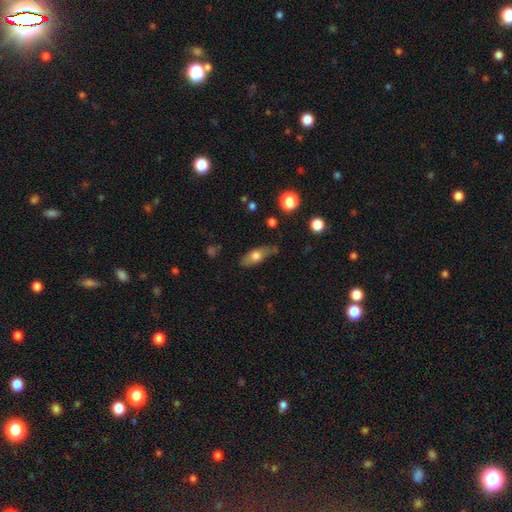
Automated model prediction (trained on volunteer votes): Smooth or featured? Predicted: smooth (p=0.62). How rounded? Predicted: in between (p=0.70). Merging? Predicted: none (p=0.68).